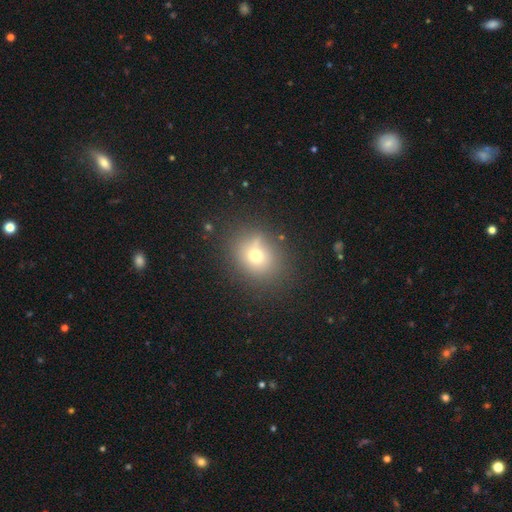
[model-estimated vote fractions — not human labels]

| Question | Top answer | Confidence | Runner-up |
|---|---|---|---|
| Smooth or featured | smooth | 67% | star or artifact (18%) |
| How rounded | round | 71% | in between (28%) |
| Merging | none | 74% | minor disturbance (15%) |